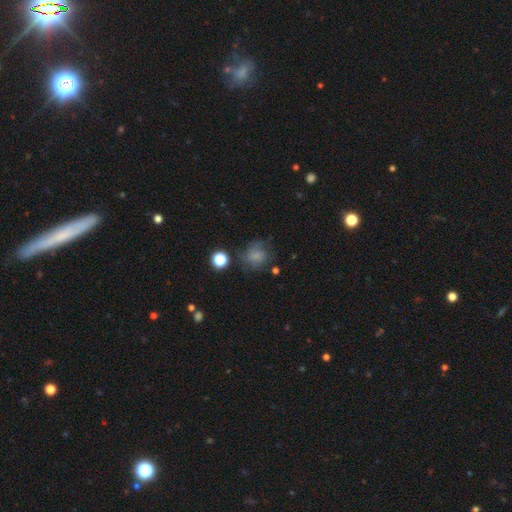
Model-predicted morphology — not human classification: Overall: smooth (60%; featured or disk 26%). How rounded: round (77%). Merging: none (56%; minor disturbance 24%).